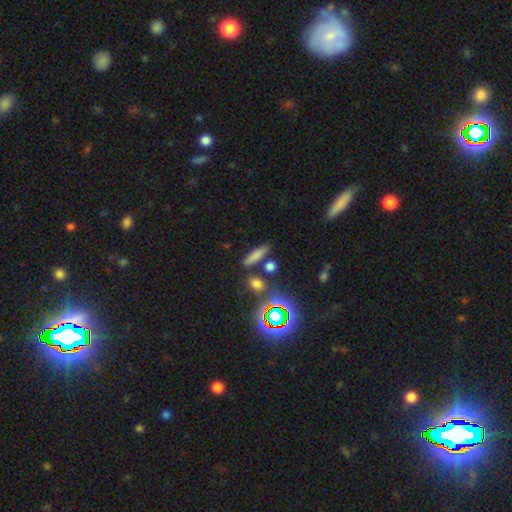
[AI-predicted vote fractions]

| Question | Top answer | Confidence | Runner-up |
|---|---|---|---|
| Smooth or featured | smooth | 69% | star or artifact (18%) |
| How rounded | cigar-shaped | 67% | in between (27%) |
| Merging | none | 77% | minor disturbance (10%) |